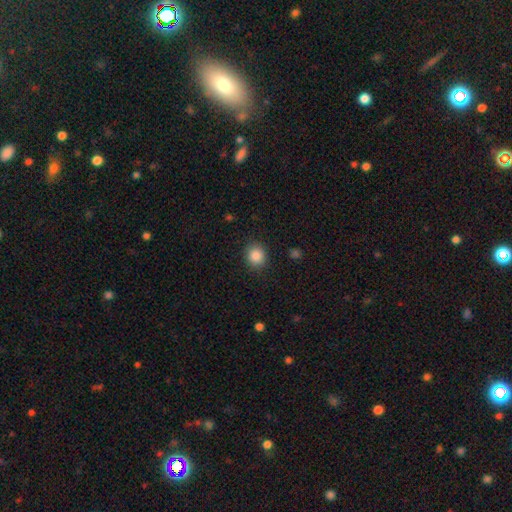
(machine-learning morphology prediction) Smooth or featured? smooth (87%)
How rounded? round (79%)
Merging? none (88%)